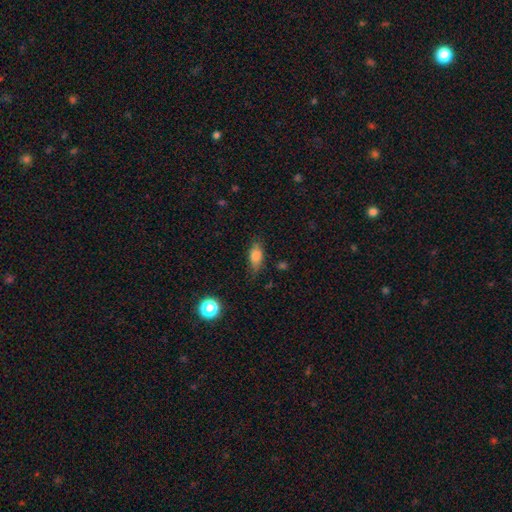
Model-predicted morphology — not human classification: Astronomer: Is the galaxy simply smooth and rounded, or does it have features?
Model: smooth — 80%.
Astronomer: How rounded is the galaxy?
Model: in between — 82%.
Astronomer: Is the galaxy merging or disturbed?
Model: none — 75%.